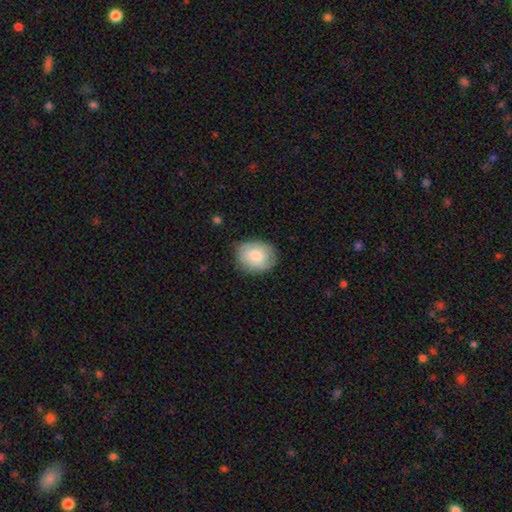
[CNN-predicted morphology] A smooth galaxy with no disk features (75%) that is round (54%).

Vote fractions:
- Smooth or featured? smooth: 75% / featured or disk: 19% / star or artifact: 6%
- How rounded? round: 54% / in between: 45% / cigar-shaped: 1%
- Merging? none: 78% / minor disturbance: 17% / major disturbance: 4% / merger: 1%